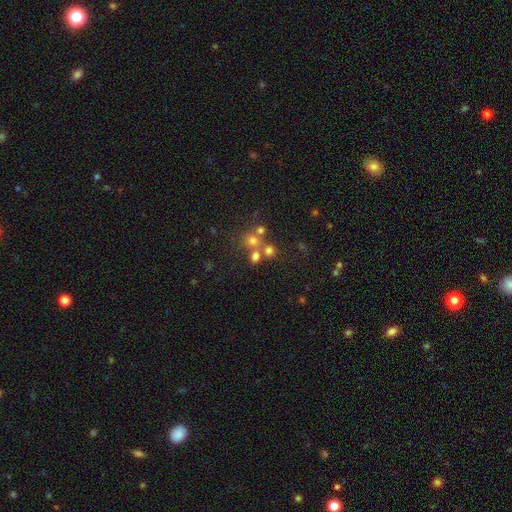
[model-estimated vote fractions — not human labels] This is likely a smooth galaxy (64%). How rounded: clearly round (82%). Merging: possibly none (55%).